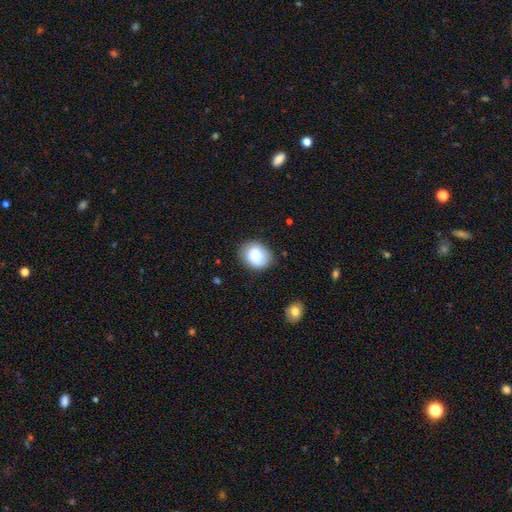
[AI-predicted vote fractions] smooth-or-featured: smooth: 85% | featured or disk: 8% | star or artifact: 7%
  how-rounded: round: 52% | in between: 47% | cigar-shaped: 1%
  merging: none: 76% | minor disturbance: 18% | major disturbance: 4% | merger: 2%